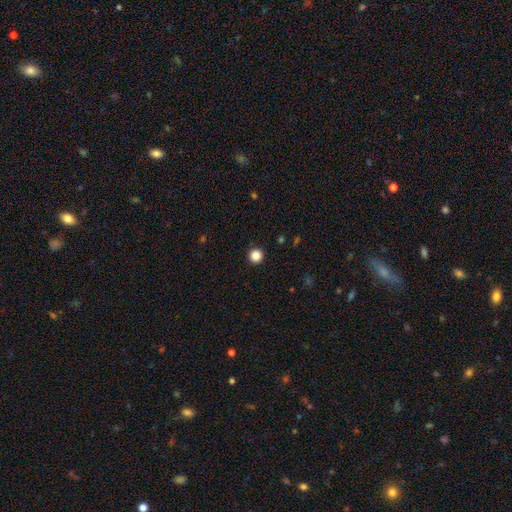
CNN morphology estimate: This appears to be a smooth galaxy with no disk features (86%) that is round (96%). Merging: none (94%).